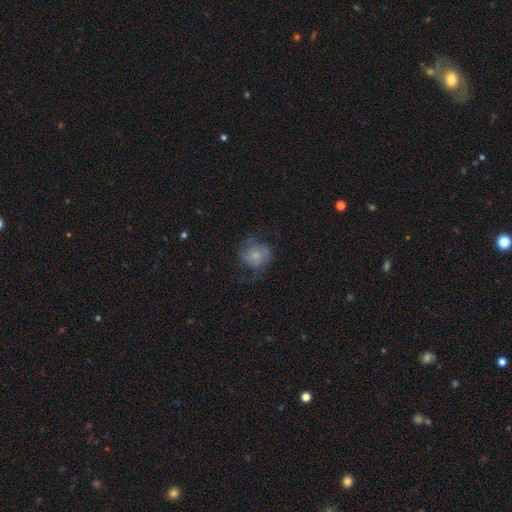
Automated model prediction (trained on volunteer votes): Smooth or featured?
  - featured or disk: 49% *
  - smooth: 42%
  - star or artifact: 9%
Merging?
  - none: 56% *
  - minor disturbance: 22%
  - major disturbance: 20%
  - merger: 2%